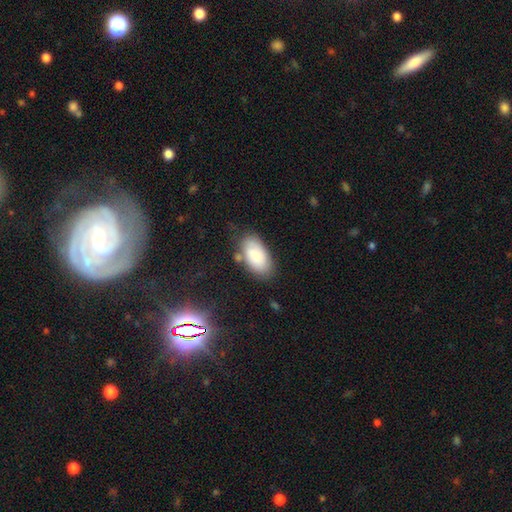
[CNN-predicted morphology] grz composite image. It shows a smooth galaxy with no disk features (81%) that is in between round and cigar-shaped (95%). Merging: none (72%).